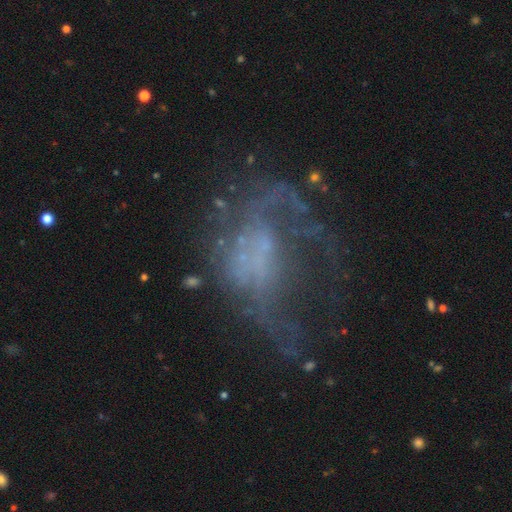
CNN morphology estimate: Overall: featured or disk (64%). Edge-on disk: no (97%). Bar: no (81%). Spiral arms: no (66%; yes 34%). Bulge size: none (71%). Merging: major disturbance (50%; none 29%).